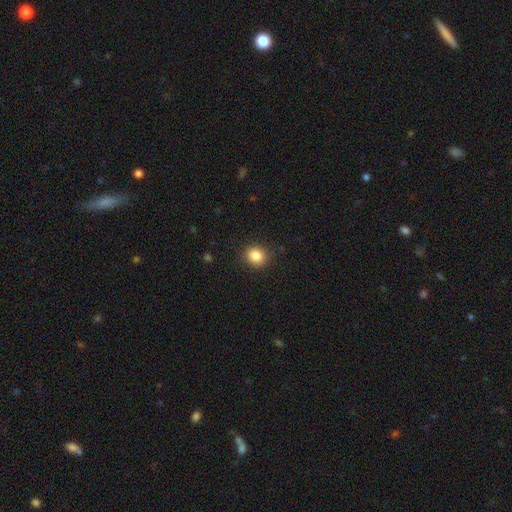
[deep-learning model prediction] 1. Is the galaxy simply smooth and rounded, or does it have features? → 85% smooth, 10% star or artifact, 5% featured or disk.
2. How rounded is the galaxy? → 83% round, 16% in between, 1% cigar-shaped.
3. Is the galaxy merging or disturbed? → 90% none, 7% minor disturbance, 2% major disturbance, 1% merger.